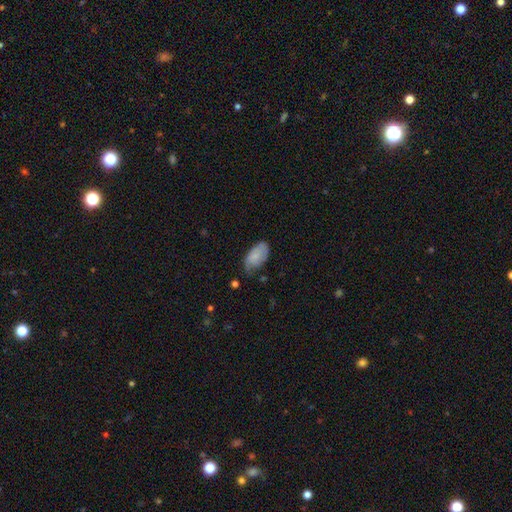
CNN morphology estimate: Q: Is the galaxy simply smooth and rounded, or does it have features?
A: smooth — 78%.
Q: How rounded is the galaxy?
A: in between — 94%.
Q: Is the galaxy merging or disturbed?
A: none — 47%.